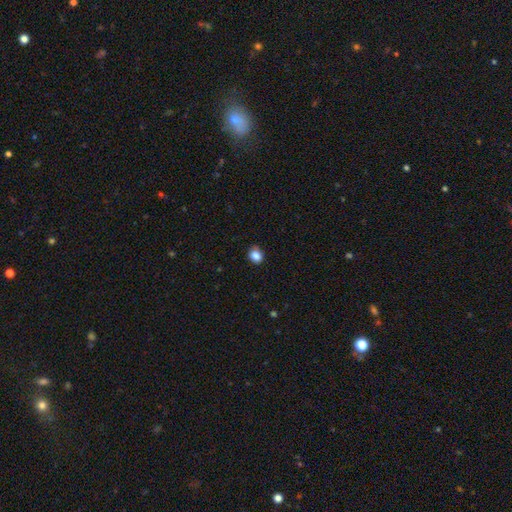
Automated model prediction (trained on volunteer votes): Smooth or featured: smooth — 85% (star or artifact — 10%)
How rounded: round — 66% (in between — 33%)
Merging: none — 84% (minor disturbance — 13%)